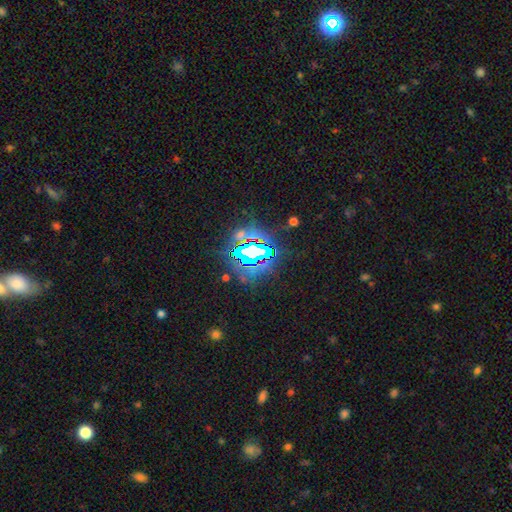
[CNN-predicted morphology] smooth_or_featured: star or artifact (p=0.77) [alt: smooth p=0.12]